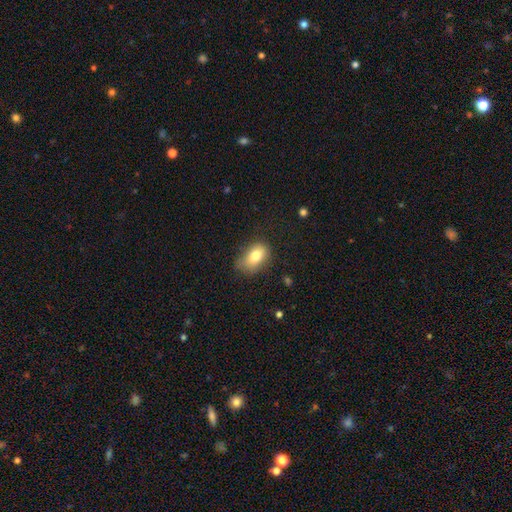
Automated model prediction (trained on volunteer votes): Q: Smooth or featured?
A: smooth (78%); runner-up: featured or disk (13%)
Q: How rounded?
A: in between (86%); runner-up: round (12%)
Q: Merging?
A: none (55%); runner-up: minor disturbance (32%)